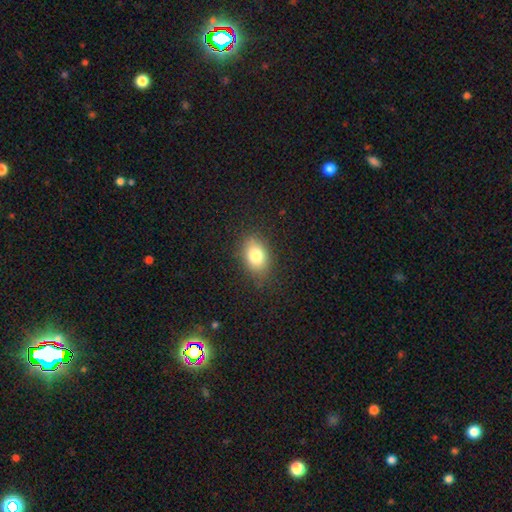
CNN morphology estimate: smooth_or_featured: smooth (p=0.80) [alt: featured or disk p=0.10]
how_rounded: in between (p=0.79) [alt: round p=0.20]
merging: none (p=0.82) [alt: minor disturbance p=0.13]